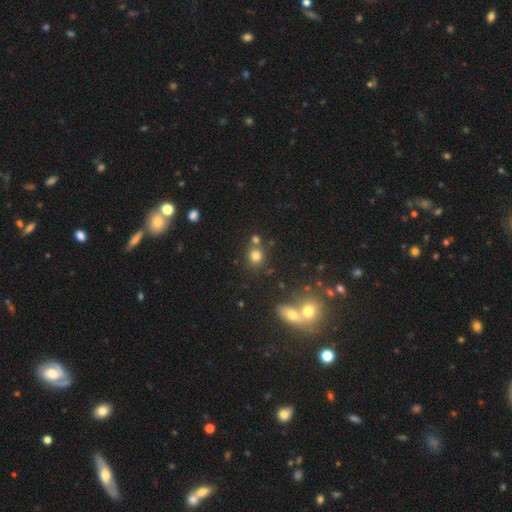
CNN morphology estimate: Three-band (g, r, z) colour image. It shows a smooth galaxy with no disk features (76%) that is round (81%). Merging: none (66%).